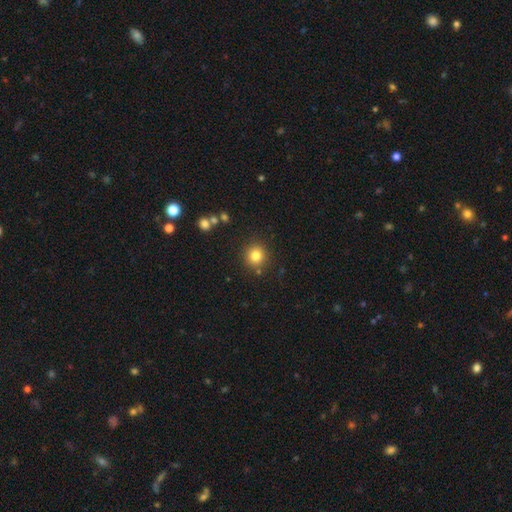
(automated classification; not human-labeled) Overall: smooth (81%). How rounded: round (92%). Merging: none (86%).